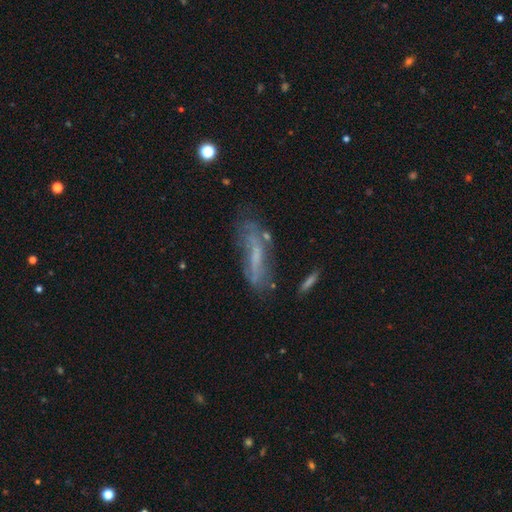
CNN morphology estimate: Smooth or featured?
  - featured or disk: 53% *
  - smooth: 36%
  - star or artifact: 11%
Edge-on disk?
  - no: 66% *
  - yes: 34%
Merging?
  - none: 53% *
  - minor disturbance: 25%
  - major disturbance: 16%
  - merger: 6%